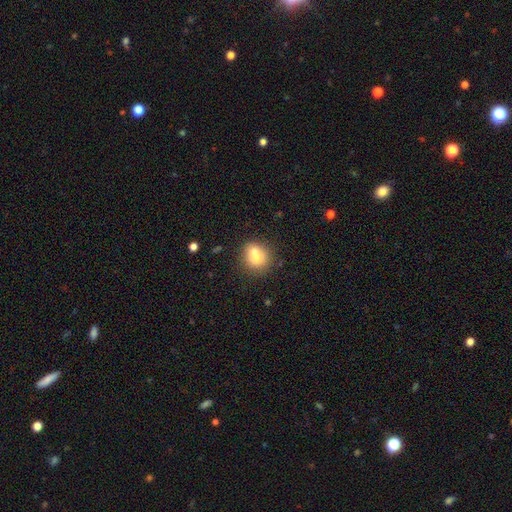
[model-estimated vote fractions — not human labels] smooth-or-featured: smooth: 69% | featured or disk: 20% | star or artifact: 10%
  how-rounded: round: 78% | in between: 20% | cigar-shaped: 1%
  merging: none: 46% | merger: 40% | minor disturbance: 10% | major disturbance: 3%